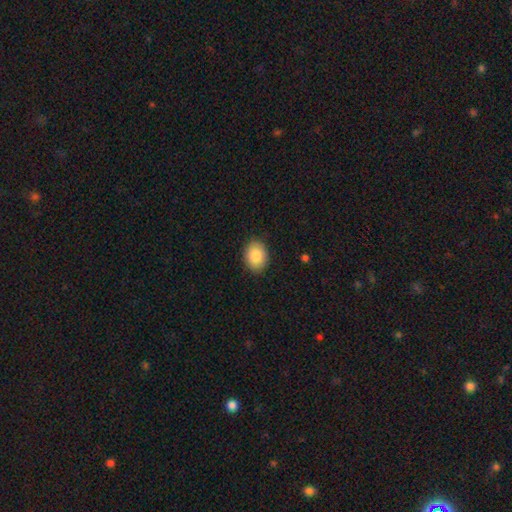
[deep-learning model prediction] Smooth or featured: smooth — 88% (star or artifact — 7%)
How rounded: in between — 71% (round — 28%)
Merging: none — 88% (minor disturbance — 9%)